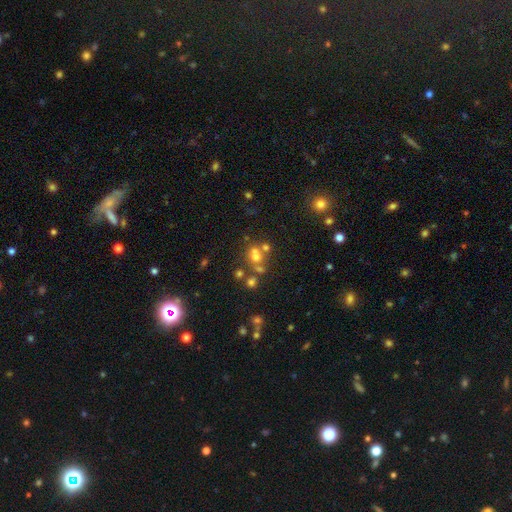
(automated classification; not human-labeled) This appears to be a smooth galaxy with no disk features (54%) that is round (71%). Merging: none (43%).